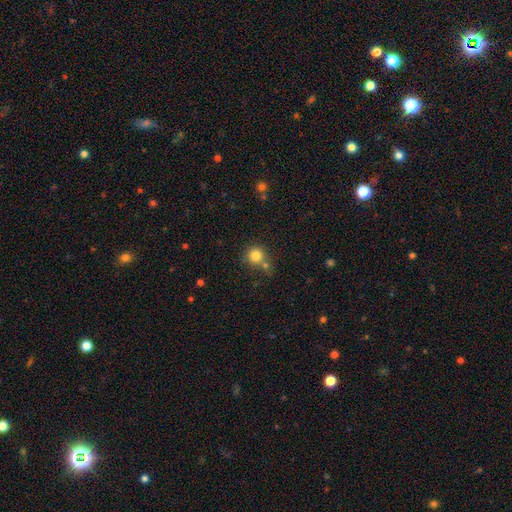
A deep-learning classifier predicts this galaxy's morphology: Smooth or featured? smooth (81%)
How rounded? round (92%)
Merging? none (63%)